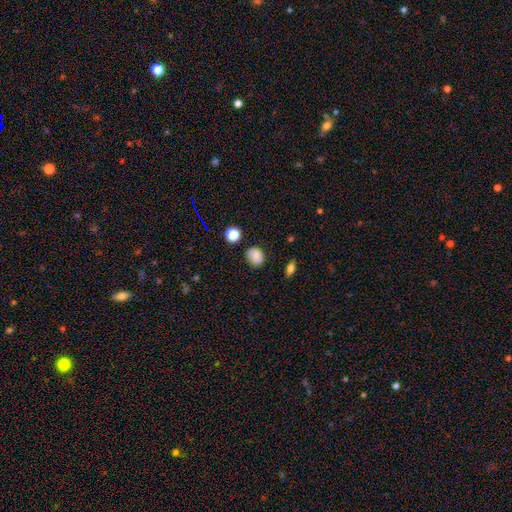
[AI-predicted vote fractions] smooth-or-featured: smooth: 81% | star or artifact: 11% | featured or disk: 8%
  how-rounded: round: 66% | in between: 32% | cigar-shaped: 1%
  merging: none: 76% | minor disturbance: 18% | major disturbance: 4% | merger: 3%